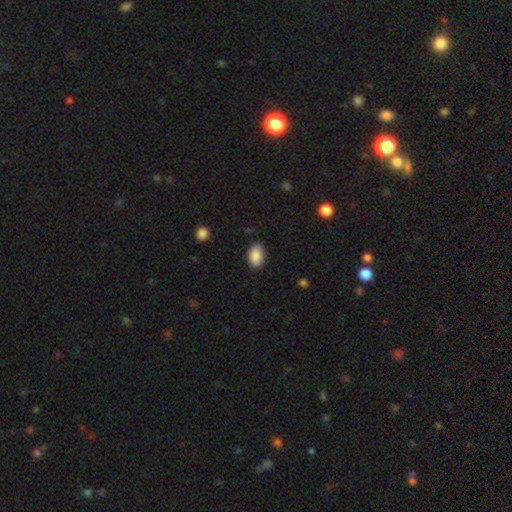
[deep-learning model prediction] Smooth or featured?
  - smooth: 87% *
  - star or artifact: 7%
  - featured or disk: 6%
How rounded?
  - in between: 88% *
  - round: 11%
  - cigar-shaped: 1%
Merging?
  - none: 81% *
  - minor disturbance: 15%
  - major disturbance: 3%
  - merger: 1%